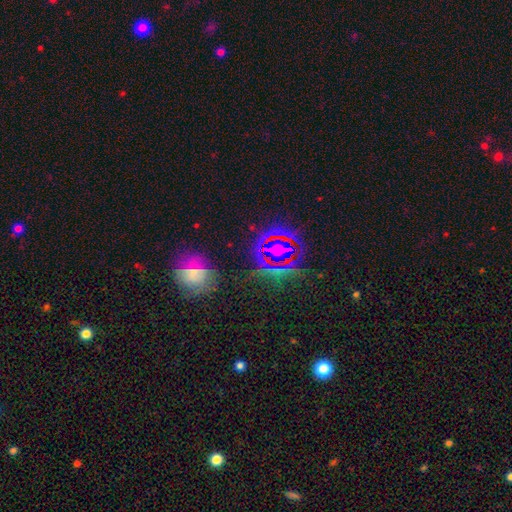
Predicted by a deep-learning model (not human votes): A star or artifact, not a galaxy (74%).